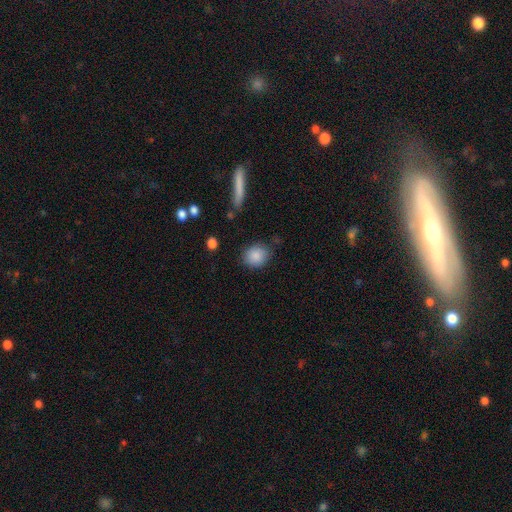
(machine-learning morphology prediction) smooth_or_featured: smooth (p=0.87) [alt: star or artifact p=0.08]
how_rounded: round (p=0.68) [alt: in between p=0.31]
merging: none (p=0.78) [alt: minor disturbance p=0.15]